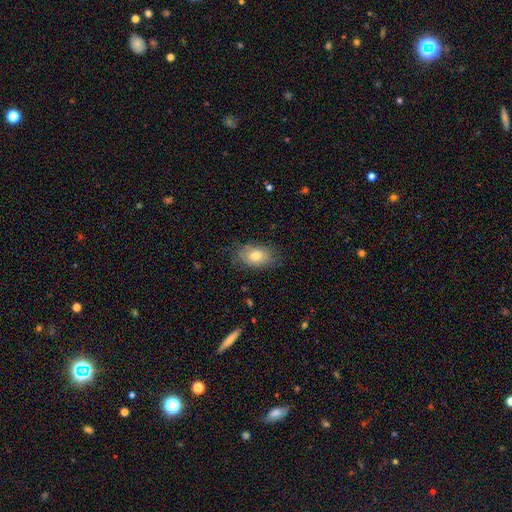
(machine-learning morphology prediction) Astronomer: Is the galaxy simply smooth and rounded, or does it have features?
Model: smooth — 70%.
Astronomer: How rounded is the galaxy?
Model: in between — 87%.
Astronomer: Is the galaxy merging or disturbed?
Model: none — 71%.